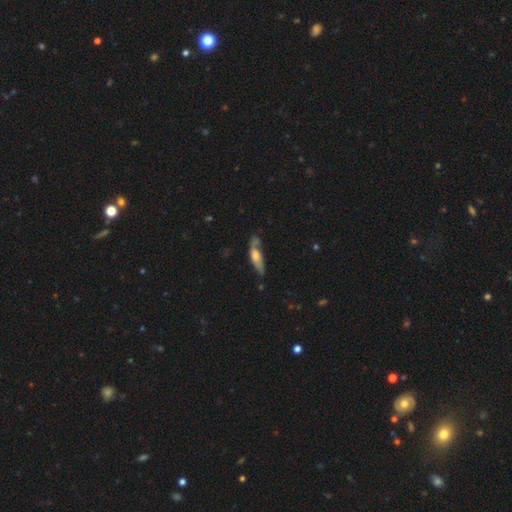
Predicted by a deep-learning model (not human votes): The model was most divided on "smooth or featured": smooth: 51%, featured or disk: 43%, star or artifact: 7%. Remaining: how rounded — cigar-shaped (62%); merging — none (50%).